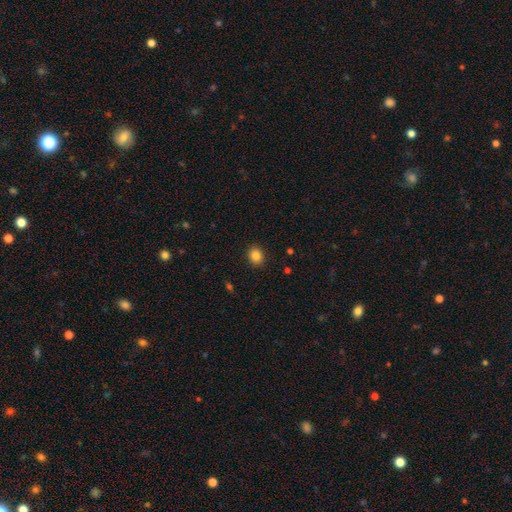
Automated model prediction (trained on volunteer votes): Overall: smooth (85%). How rounded: round (66%; in between 33%). Merging: none (90%).